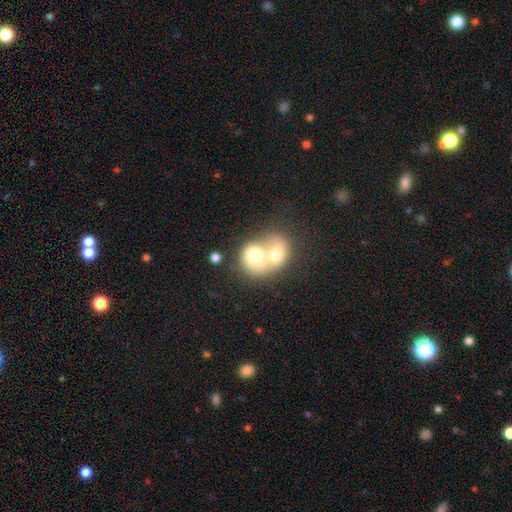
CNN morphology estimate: This is likely a smooth galaxy (61%). How rounded: likely round (60%). Merging: clearly merger (83%).